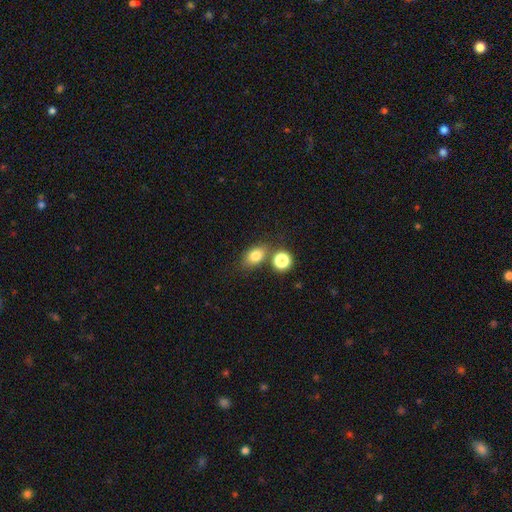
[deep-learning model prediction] Morphology: type=smooth (81%); roundness=in between (71%); merging=none (62%).